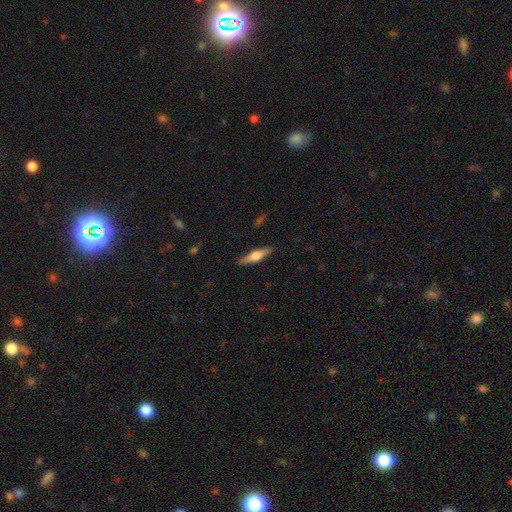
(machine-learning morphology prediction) Smooth or featured: featured or disk — 56% (smooth — 39%)
Edge-on disk: yes — 96% (no — 4%)
Edge-on bulge: rounded — 89% (boxy — 8%)
Merging: none — 90% (minor disturbance — 8%)